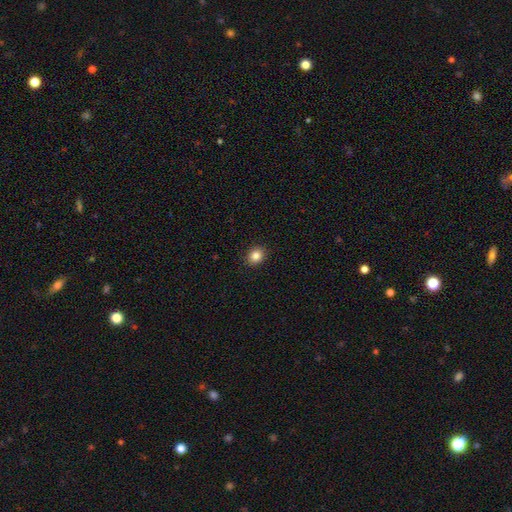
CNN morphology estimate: smooth 85%, star or artifact 10%, featured or disk 5%. Down the decision tree: how rounded — round (64%); merging — none (92%).